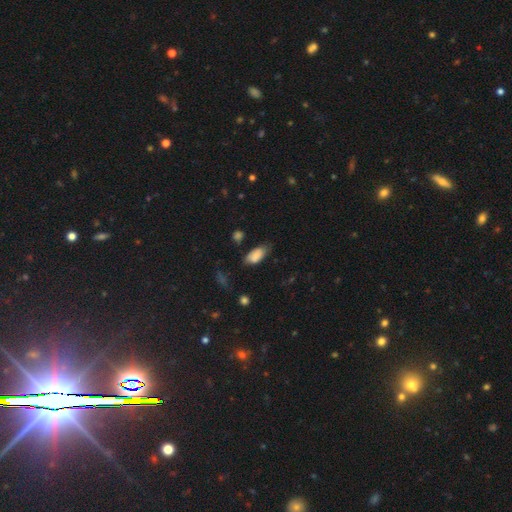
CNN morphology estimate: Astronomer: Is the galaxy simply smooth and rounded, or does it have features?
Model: smooth — 83%.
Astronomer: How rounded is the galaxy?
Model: in between — 91%.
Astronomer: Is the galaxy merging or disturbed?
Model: none — 58%.